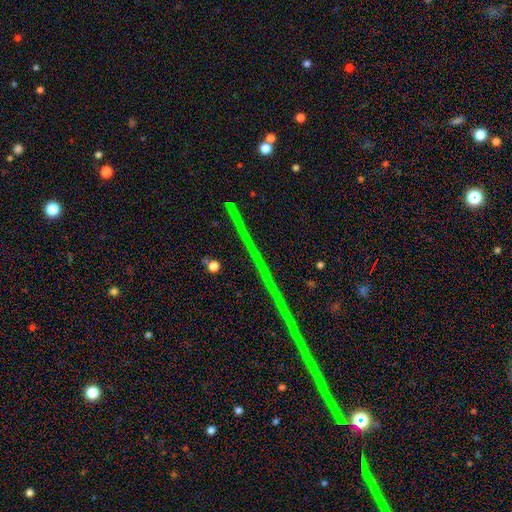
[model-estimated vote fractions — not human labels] Smooth or featured?
  - star or artifact: 85% *
  - featured or disk: 9%
  - smooth: 6%